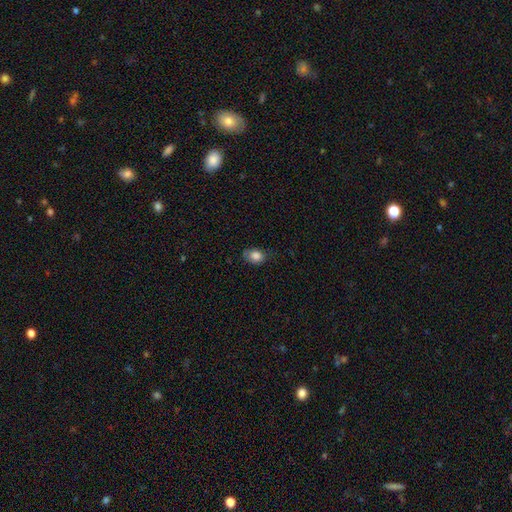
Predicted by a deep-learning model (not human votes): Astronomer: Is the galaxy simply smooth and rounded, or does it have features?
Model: smooth — 82%.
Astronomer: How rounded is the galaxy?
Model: in between — 68%.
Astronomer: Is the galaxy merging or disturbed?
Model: none — 62%.